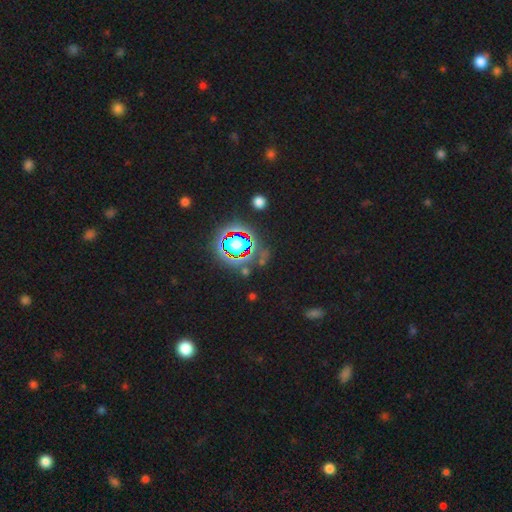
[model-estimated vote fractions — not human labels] smooth-or-featured: star or artifact: 78% | smooth: 13% | featured or disk: 9%